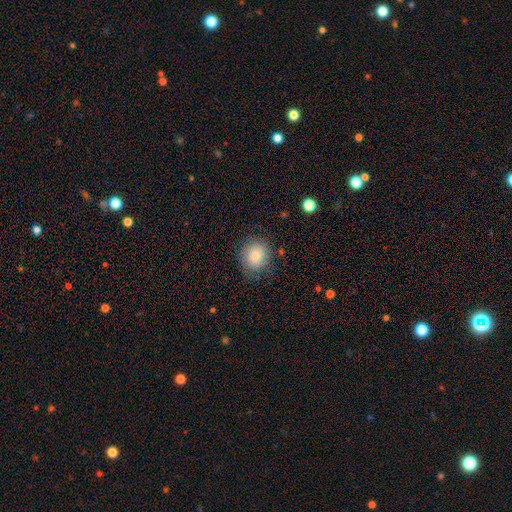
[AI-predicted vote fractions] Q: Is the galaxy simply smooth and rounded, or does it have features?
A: smooth — 81%.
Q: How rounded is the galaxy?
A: round — 81%.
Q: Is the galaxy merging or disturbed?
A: none — 79%.